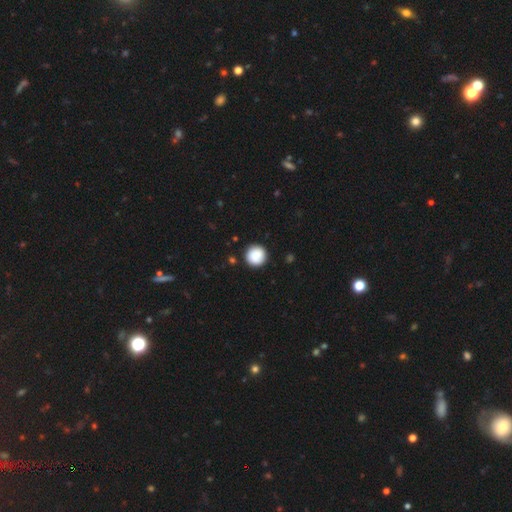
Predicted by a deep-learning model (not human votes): Smooth or featured? Predicted: smooth (p=0.88). How rounded? Predicted: round (p=0.96). Merging? Predicted: none (p=0.90).